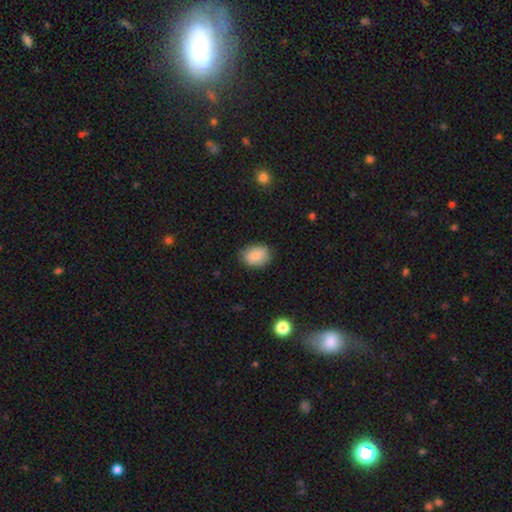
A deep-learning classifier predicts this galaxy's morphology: smooth_or_featured: smooth (p=0.84) [alt: featured or disk p=0.08]
how_rounded: in between (p=0.56) [alt: round p=0.43]
merging: none (p=0.79) [alt: minor disturbance p=0.17]